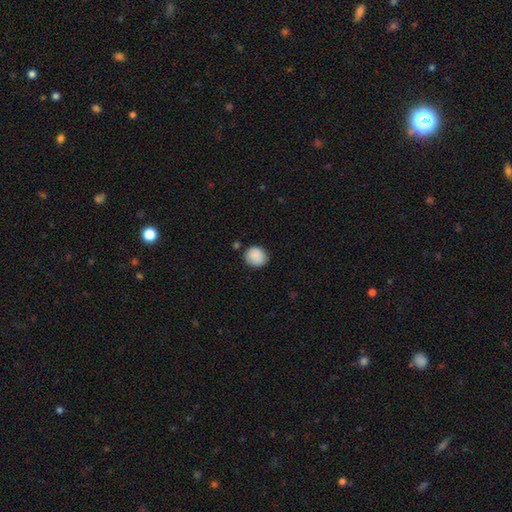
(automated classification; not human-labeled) The model was most divided on "how rounded": round: 77%, in between: 22%, cigar-shaped: 1%. More confident: smooth or featured — smooth (89%); merging — none (80%).